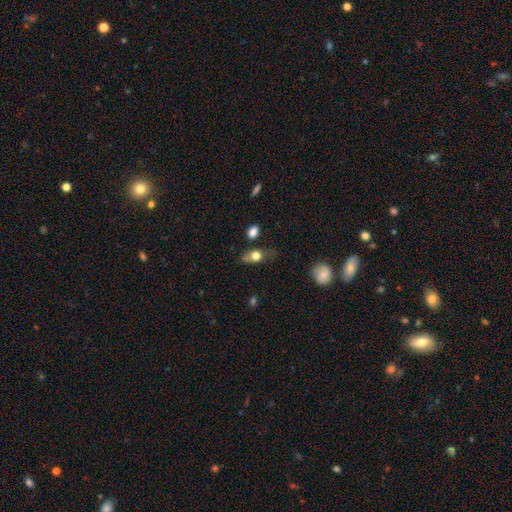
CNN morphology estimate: Overall: smooth (67%). How rounded: in between (67%). Merging: none (62%; minor disturbance 24%).